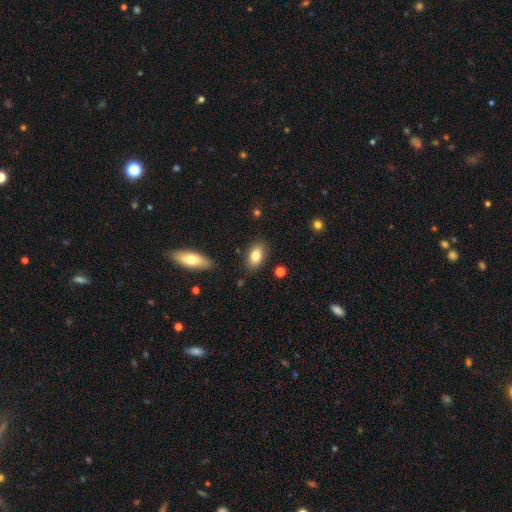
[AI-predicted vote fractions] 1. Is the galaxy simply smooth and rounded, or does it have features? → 81% smooth, 11% featured or disk, 7% star or artifact.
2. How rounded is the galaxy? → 90% in between, 7% round, 3% cigar-shaped.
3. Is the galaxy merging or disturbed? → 84% none, 11% minor disturbance, 2% major disturbance, 2% merger.